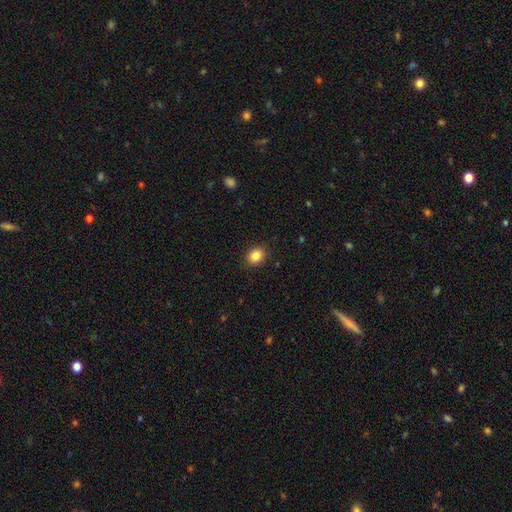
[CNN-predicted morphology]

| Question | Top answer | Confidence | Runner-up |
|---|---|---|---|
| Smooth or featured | smooth | 85% | star or artifact (10%) |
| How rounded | round | 57% | in between (42%) |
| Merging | none | 90% | minor disturbance (7%) |